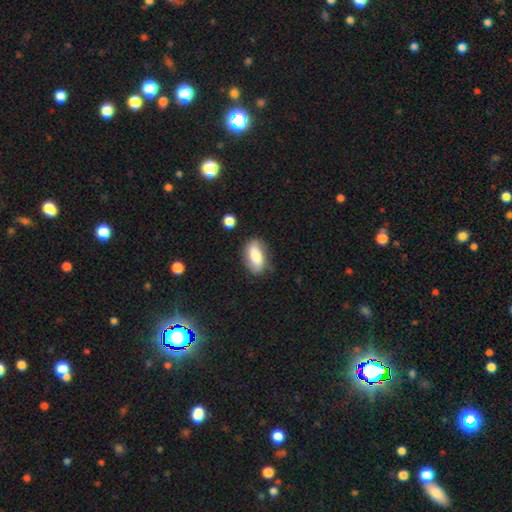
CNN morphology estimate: Smooth or featured?
  - smooth: 74% *
  - featured or disk: 19%
  - star or artifact: 7%
How rounded?
  - in between: 87% *
  - cigar-shaped: 8%
  - round: 4%
Merging?
  - none: 76% *
  - minor disturbance: 17%
  - major disturbance: 4%
  - merger: 3%